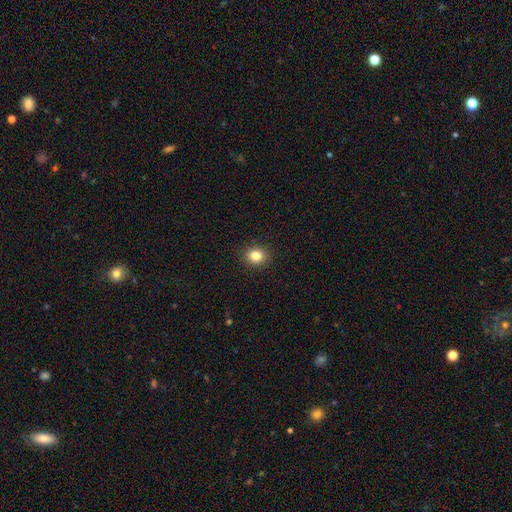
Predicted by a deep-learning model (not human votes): Q: Smooth or featured?
A: smooth (83%); runner-up: star or artifact (11%)
Q: How rounded?
A: round (78%); runner-up: in between (21%)
Q: Merging?
A: none (92%); runner-up: minor disturbance (6%)